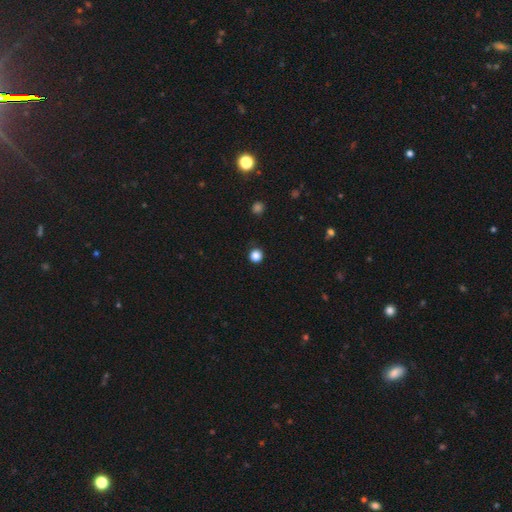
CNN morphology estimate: smooth-or-featured: smooth: 84% | star or artifact: 13% | featured or disk: 3%
  how-rounded: round: 95% | in between: 4% | cigar-shaped: 1%
  merging: none: 92% | minor disturbance: 5% | major disturbance: 2% | merger: 1%